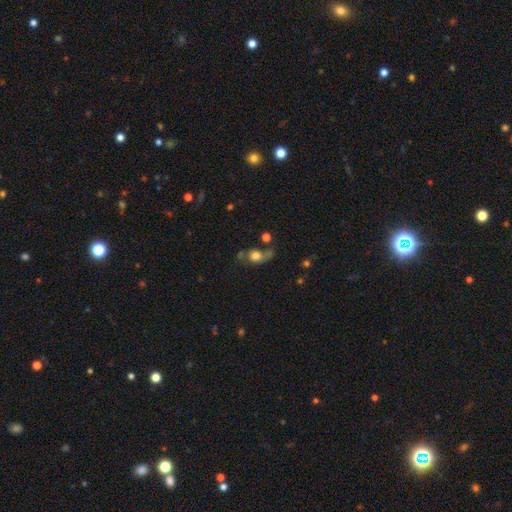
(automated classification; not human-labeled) smooth 65%, featured or disk 23%, star or artifact 12%. Down the decision tree: how rounded — round (54%); merging — none (41%).